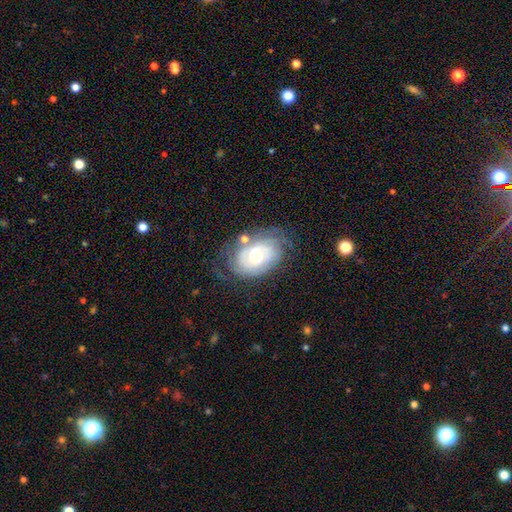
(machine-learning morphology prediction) A featured or disk galaxy (72%) with no bar (70%), tight (69%) spiral arms (82%) and a moderate central bulge (63%).

Vote fractions:
- Smooth or featured? featured or disk: 72% / smooth: 20% / star or artifact: 7%
- Edge-on disk? no: 95% / yes: 5%
- Bar? no: 70% / weak: 24% / strong: 6%
- Spiral arms? yes: 82% / no: 18%
- Spiral winding? tight: 69% / medium: 22% / loose: 9%
- Spiral arm count? can't tell: 50% / 2: 26% / 3: 10% / 4: 5% / 1: 5% / more than 4: 4%
- Bulge size? moderate: 63% / small: 30% / large: 5% / dominant: 1% / none: 1%
- Merging? none: 62% / minor disturbance: 21% / major disturbance: 12% / merger: 5%